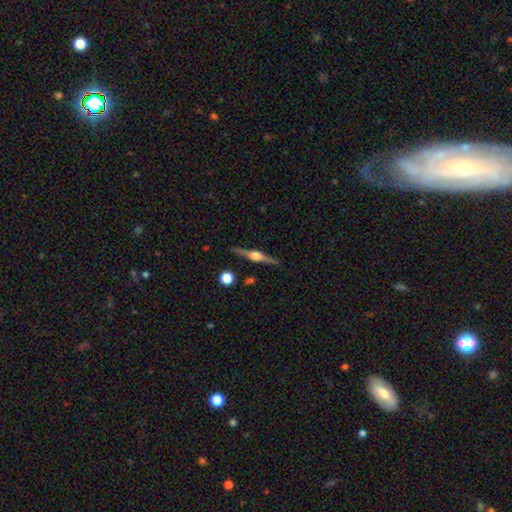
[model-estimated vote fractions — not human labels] smooth-or-featured: featured or disk: 84% | smooth: 11% | star or artifact: 6%
  disk-edge-on: yes: 98% | no: 2%
    edge-on-bulge: rounded: 90% | boxy: 8% | none: 2%
  merging: none: 89% | minor disturbance: 7% | merger: 2% | major disturbance: 2%